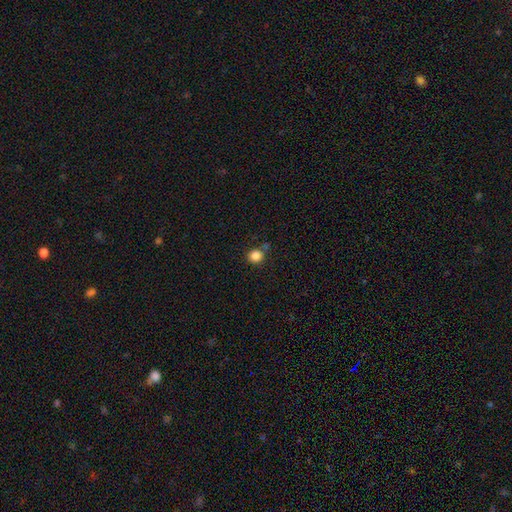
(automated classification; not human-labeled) A smooth galaxy with no disk features (84%) that is round (87%).

Vote fractions:
- Smooth or featured? smooth: 84% / star or artifact: 12% / featured or disk: 4%
- How rounded? round: 87% / in between: 12% / cigar-shaped: 1%
- Merging? none: 75% / minor disturbance: 12% / merger: 10% / major disturbance: 4%